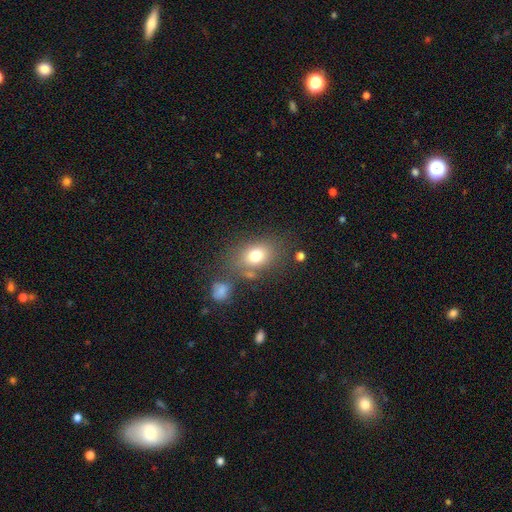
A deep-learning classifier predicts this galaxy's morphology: Q: Smooth or featured?
A: smooth (75%); runner-up: featured or disk (13%)
Q: How rounded?
A: in between (62%); runner-up: round (37%)
Q: Merging?
A: none (65%); runner-up: minor disturbance (15%)